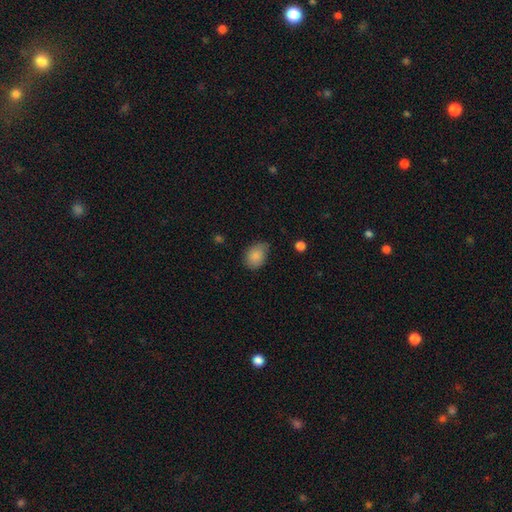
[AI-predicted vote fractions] This is clearly a smooth galaxy (86%). How rounded: likely in between (72%). Merging: likely none (65%).